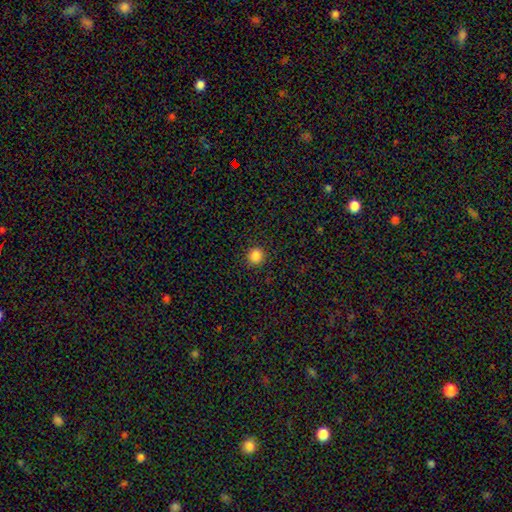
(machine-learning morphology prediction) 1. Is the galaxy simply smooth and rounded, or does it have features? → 86% smooth, 11% star or artifact, 3% featured or disk.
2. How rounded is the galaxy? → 92% round, 7% in between, 1% cigar-shaped.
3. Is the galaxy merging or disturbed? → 92% none, 5% minor disturbance, 2% major disturbance, 1% merger.